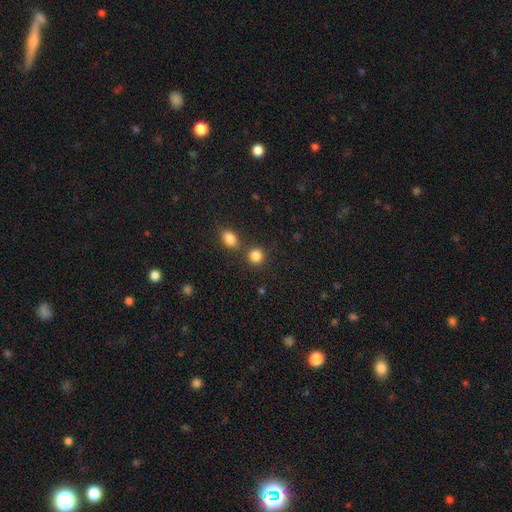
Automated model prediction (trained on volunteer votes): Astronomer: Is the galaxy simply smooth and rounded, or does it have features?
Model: smooth — 84%.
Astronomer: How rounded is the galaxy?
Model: round — 83%.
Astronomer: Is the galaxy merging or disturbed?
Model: none — 70%.